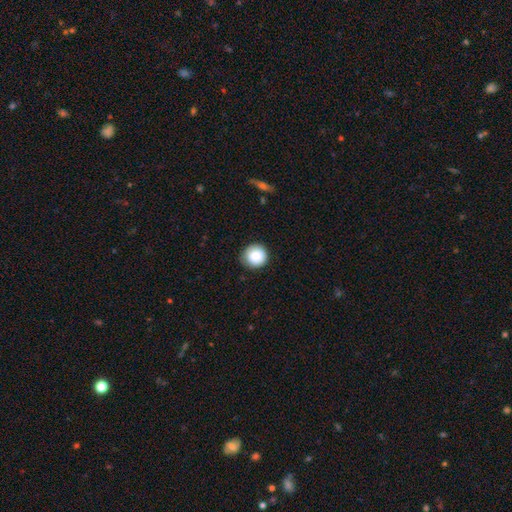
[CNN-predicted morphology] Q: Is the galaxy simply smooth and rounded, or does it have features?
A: smooth — 84%.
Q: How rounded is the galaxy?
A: round — 94%.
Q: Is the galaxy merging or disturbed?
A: none — 82%.